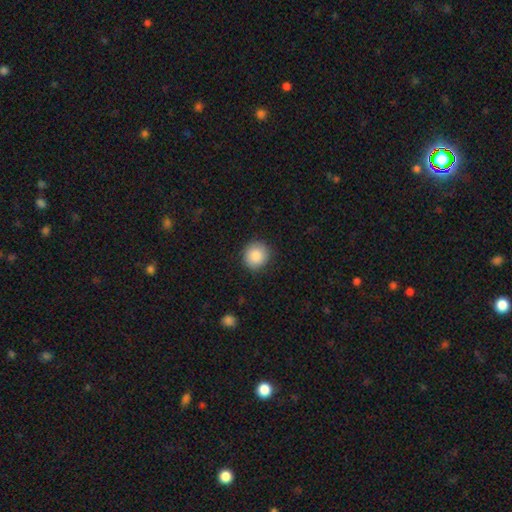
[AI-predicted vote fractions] This appears to be a smooth galaxy with no disk features (88%) that is round (89%). Merging: none (88%).